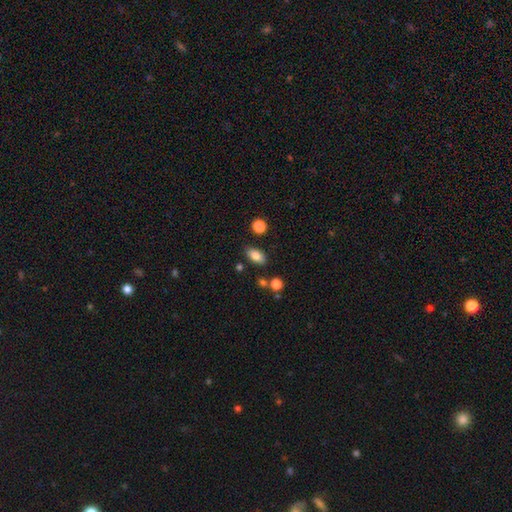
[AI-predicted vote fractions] Smooth or featured?
  - smooth: 82% *
  - featured or disk: 9%
  - star or artifact: 9%
How rounded?
  - in between: 88% *
  - round: 7%
  - cigar-shaped: 5%
Merging?
  - none: 82% *
  - minor disturbance: 11%
  - merger: 4%
  - major disturbance: 3%